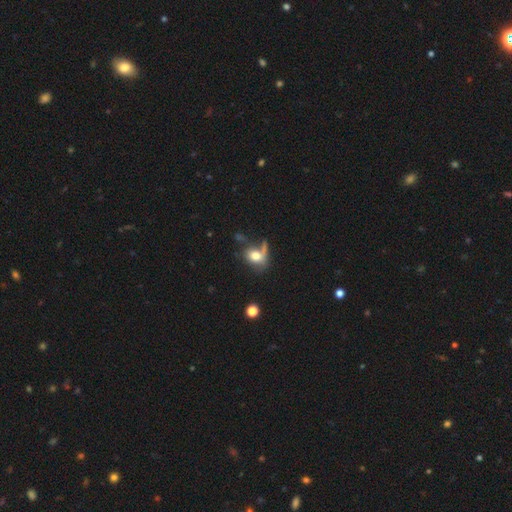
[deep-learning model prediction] This is likely a smooth galaxy (72%). How rounded: possibly in between (60%). Merging: marginally none (41%).